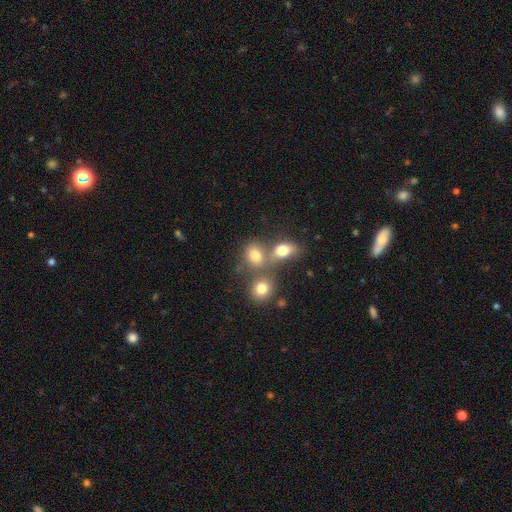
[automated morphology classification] This is likely a smooth galaxy (76%). How rounded: possibly round (56%). Merging: marginally merger (44%).